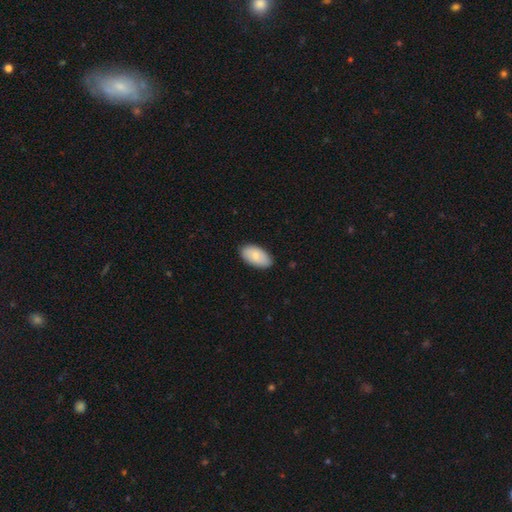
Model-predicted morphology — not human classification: smooth 77%, featured or disk 18%, star or artifact 6%. Down the decision tree: how rounded — in between (95%); merging — none (85%).